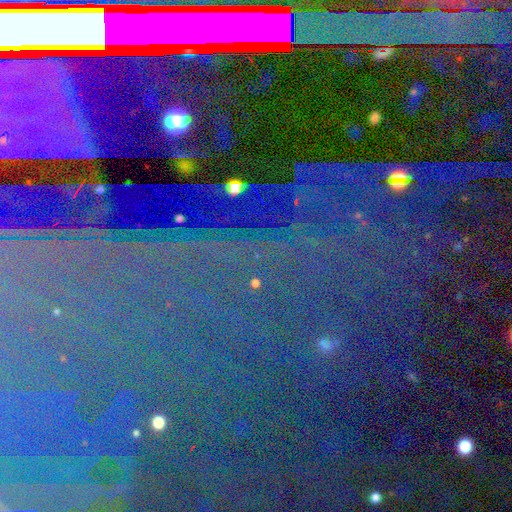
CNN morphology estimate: A star or artifact, not a galaxy (83%).

Vote fractions:
- Smooth or featured? star or artifact: 83% / smooth: 9% / featured or disk: 9%